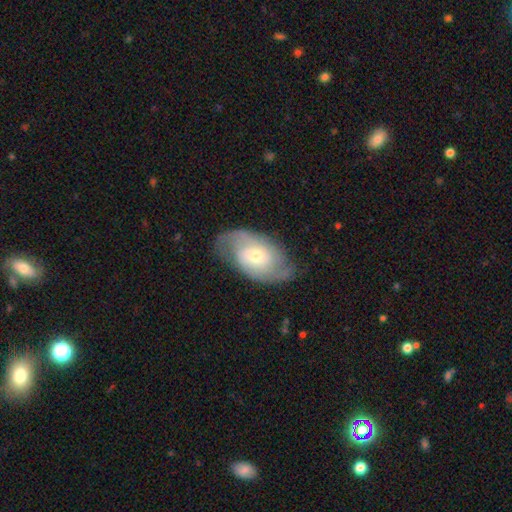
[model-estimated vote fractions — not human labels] Q: Smooth or featured?
A: featured or disk (73%); runner-up: smooth (21%)
Q: Edge-on disk?
A: no (94%); runner-up: yes (6%)
Q: Bar?
A: no (64%); runner-up: weak (29%)
Q: Spiral arms?
A: yes (88%); runner-up: no (12%)
Q: Spiral winding?
A: medium (44%); runner-up: tight (35%)
Q: Spiral arm count?
A: 2 (77%); runner-up: can't tell (14%)
Q: Bulge size?
A: small (48%); runner-up: moderate (46%)
Q: Merging?
A: none (74%); runner-up: minor disturbance (17%)